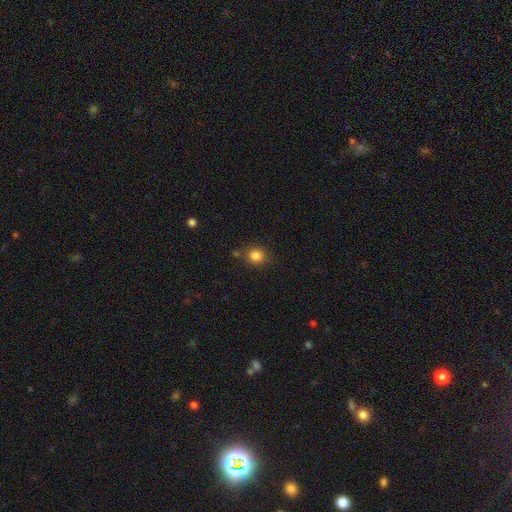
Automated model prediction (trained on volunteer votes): This appears to be a smooth galaxy with no disk features (84%) that is round (79%). Merging: none (79%).